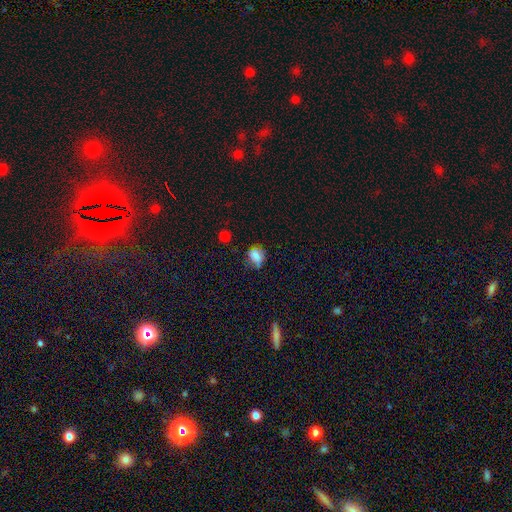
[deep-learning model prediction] This appears to be a smooth galaxy with no disk features (72%) that is round (50%). Merging: none (61%).